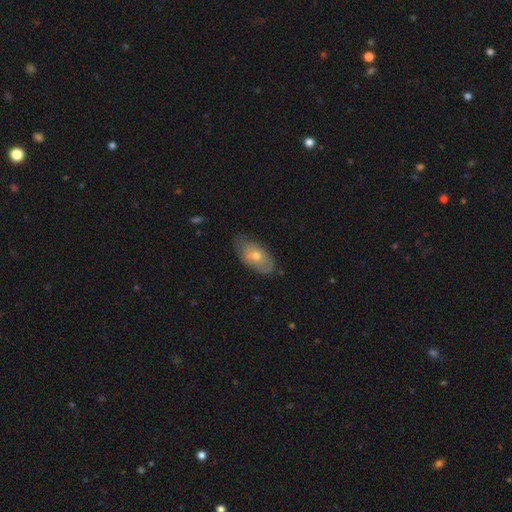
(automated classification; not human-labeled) This appears to be a smooth galaxy with no disk features (53%) that is in between round and cigar-shaped (91%). Merging: none (66%).